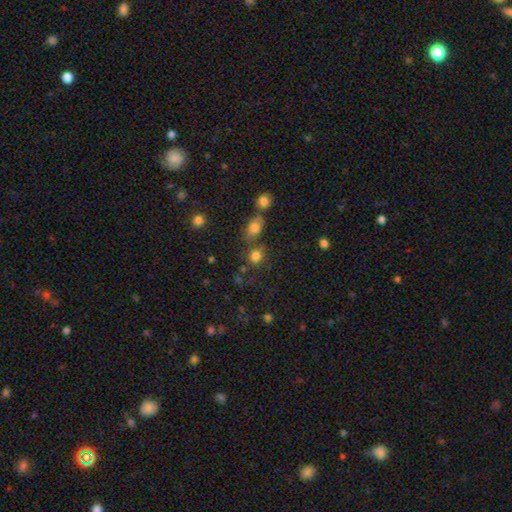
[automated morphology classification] Q: Smooth or featured?
A: smooth (79%); runner-up: star or artifact (14%)
Q: How rounded?
A: round (74%); runner-up: in between (25%)
Q: Merging?
A: none (65%); runner-up: merger (19%)